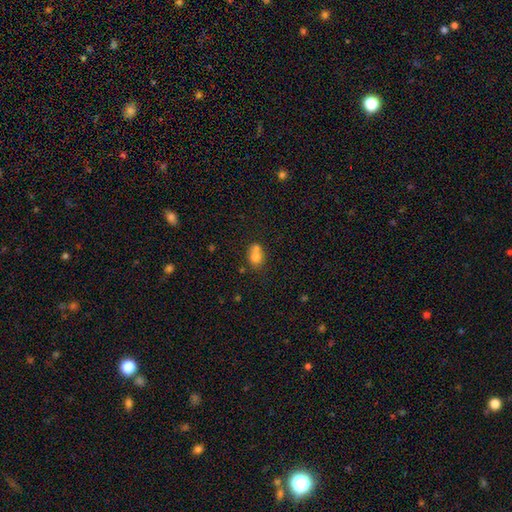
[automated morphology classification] This is likely a smooth galaxy (71%). How rounded: possibly round (54%). Merging: possibly merger (52%).